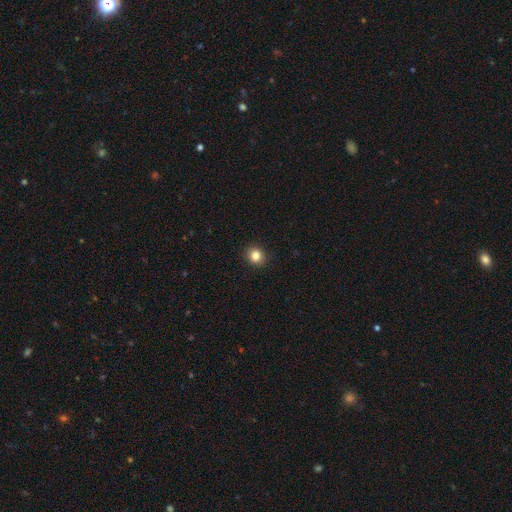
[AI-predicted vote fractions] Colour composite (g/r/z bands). It shows a smooth galaxy with no disk features (83%) that is round (83%). Merging: none (91%).